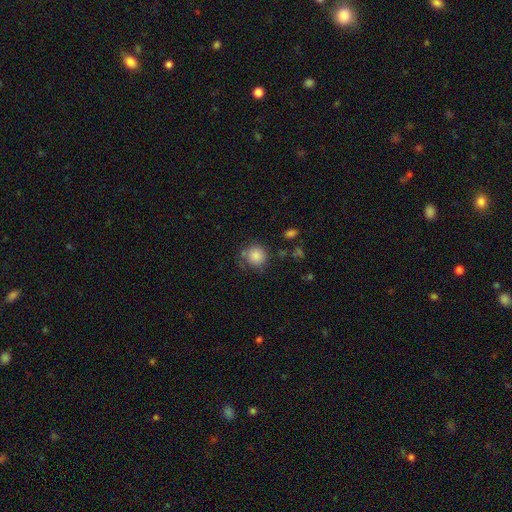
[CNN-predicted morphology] The model was most divided on "merging": none: 71%, minor disturbance: 18%, major disturbance: 6%, merger: 5%. More confident: how rounded — round (91%); smooth or featured — smooth (85%).